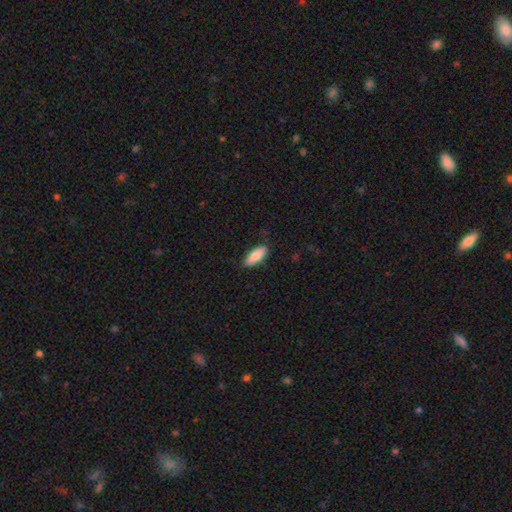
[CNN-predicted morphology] smooth 83%, featured or disk 11%, star or artifact 6%. Down the decision tree: how rounded — in between (70%); merging — none (85%).